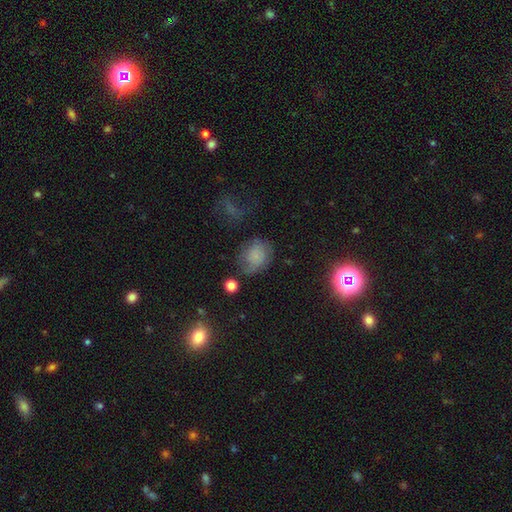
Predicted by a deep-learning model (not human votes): Smooth or featured? smooth (64%)
How rounded? round (53%)
Merging? none (56%)